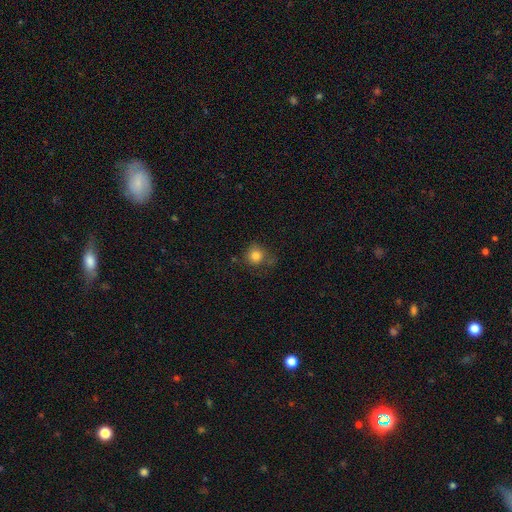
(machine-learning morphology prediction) smooth 81%, star or artifact 12%, featured or disk 7%. Down the decision tree: how rounded — round (89%); merging — none (68%).